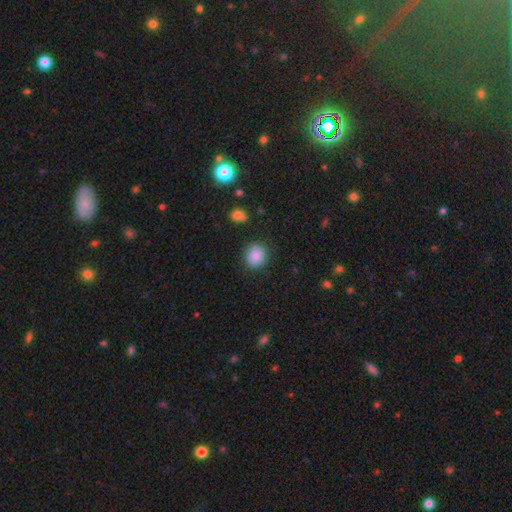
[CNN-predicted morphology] smooth-or-featured: smooth: 86% | star or artifact: 9% | featured or disk: 5%
  how-rounded: round: 80% | in between: 19% | cigar-shaped: 1%
  merging: none: 86% | minor disturbance: 10% | major disturbance: 3% | merger: 2%